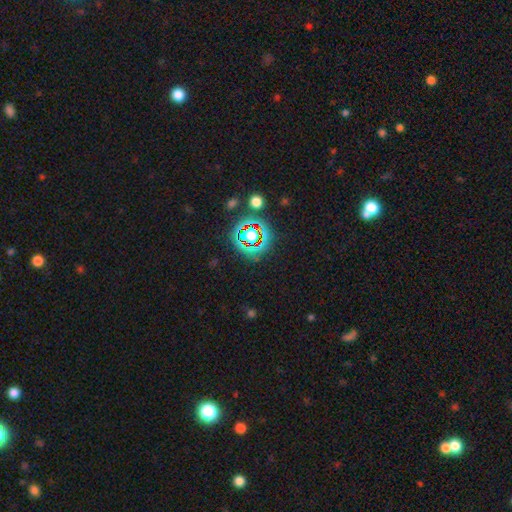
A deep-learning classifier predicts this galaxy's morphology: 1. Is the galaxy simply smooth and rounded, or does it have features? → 76% star or artifact, 14% smooth, 10% featured or disk.